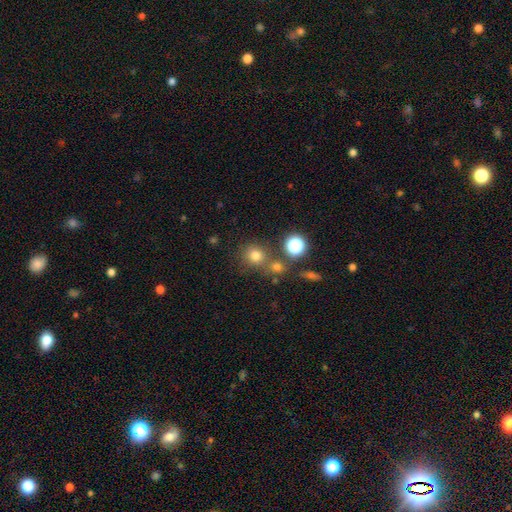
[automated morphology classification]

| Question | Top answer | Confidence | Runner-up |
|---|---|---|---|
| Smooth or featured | smooth | 73% | star or artifact (19%) |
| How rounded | round | 87% | in between (12%) |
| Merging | none | 66% | merger (20%) |